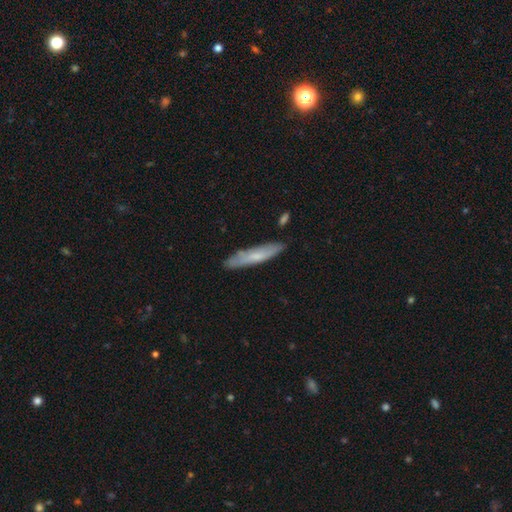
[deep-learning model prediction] This appears to be a smooth galaxy with no disk features (63%) that is cigar-shaped (85%). Merging: none (82%).